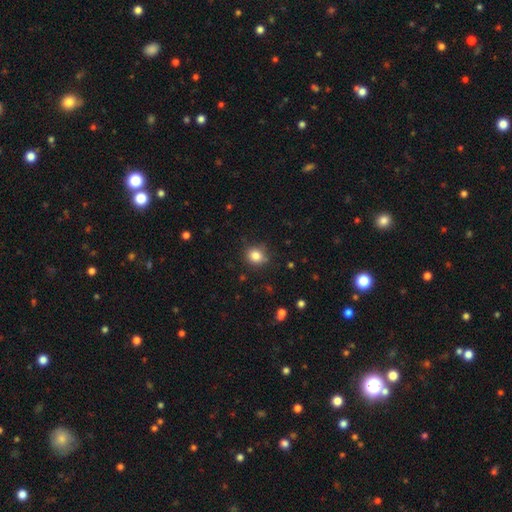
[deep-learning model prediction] The model was most divided on "how rounded": round: 80%, in between: 19%, cigar-shaped: 1%. More confident: smooth or featured — smooth (83%); merging — none (80%).